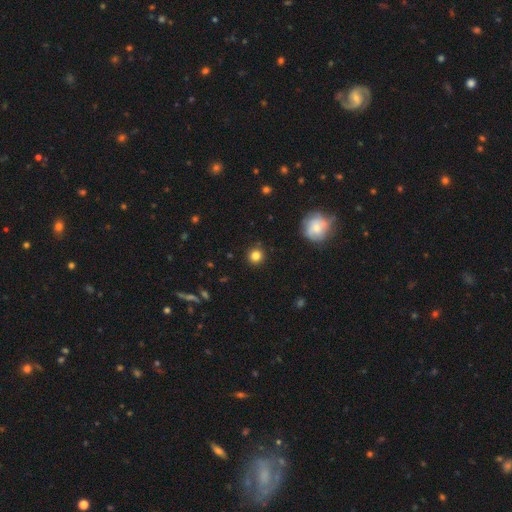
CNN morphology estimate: Smooth or featured? Predicted: smooth (p=0.83). How rounded? Predicted: round (p=0.92). Merging? Predicted: none (p=0.90).